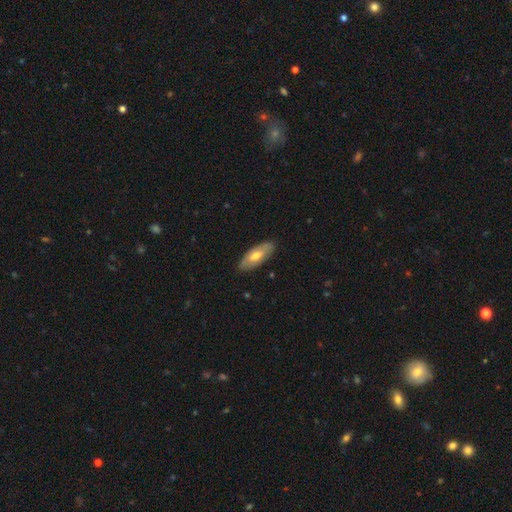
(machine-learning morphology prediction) Smooth or featured? Predicted: smooth (p=0.55). How rounded? Predicted: in between (p=0.80). Merging? Predicted: none (p=0.86).